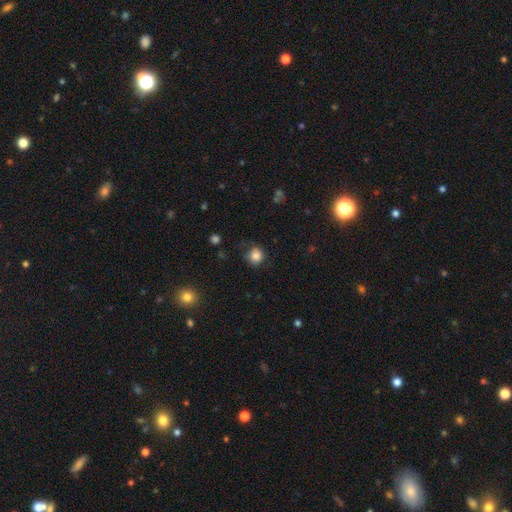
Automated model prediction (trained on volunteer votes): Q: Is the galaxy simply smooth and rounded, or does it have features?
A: smooth — 84%.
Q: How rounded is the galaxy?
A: round — 83%.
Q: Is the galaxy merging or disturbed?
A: none — 63%.